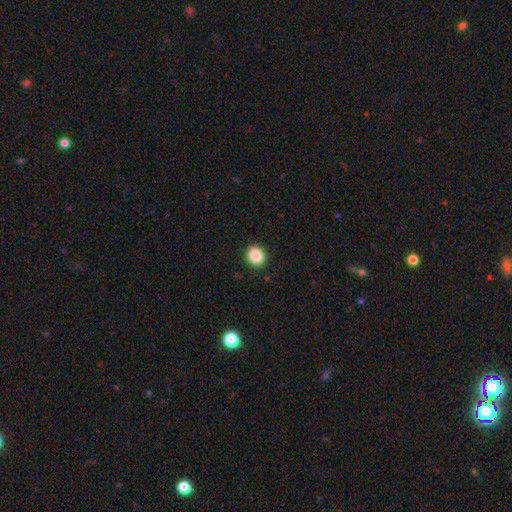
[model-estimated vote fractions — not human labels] A smooth galaxy with no disk features (88%) that is round (78%).

Vote fractions:
- Smooth or featured? smooth: 88% / star or artifact: 9% / featured or disk: 3%
- How rounded? round: 78% / in between: 21% / cigar-shaped: 1%
- Merging? none: 90% / minor disturbance: 7% / major disturbance: 2% / merger: 1%